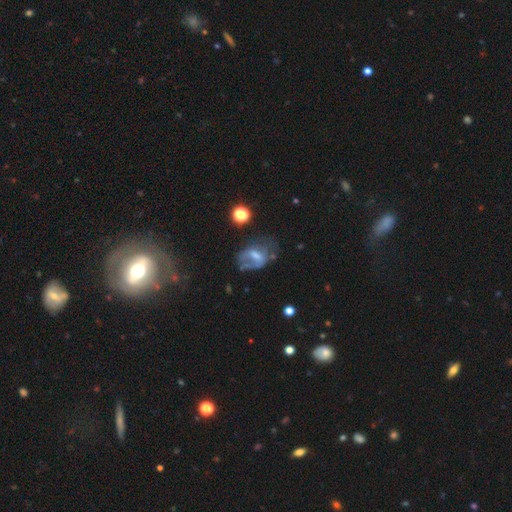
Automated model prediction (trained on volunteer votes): Smooth or featured? featured or disk (48%)
Merging? major disturbance (34%, tied with none)